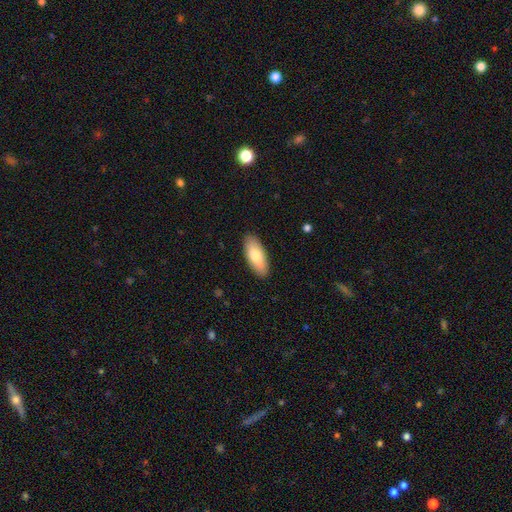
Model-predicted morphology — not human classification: A smooth galaxy with no disk features (77%) that is in between round and cigar-shaped (81%).

Vote fractions:
- Smooth or featured? smooth: 77% / featured or disk: 18% / star or artifact: 5%
- How rounded? in between: 81% / cigar-shaped: 17% / round: 2%
- Merging? none: 89% / minor disturbance: 8% / major disturbance: 2% / merger: 1%